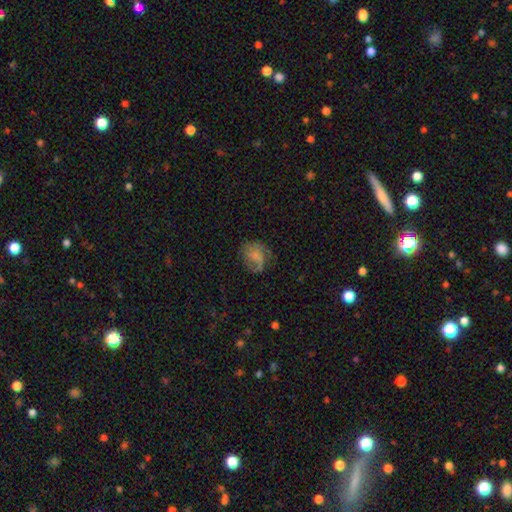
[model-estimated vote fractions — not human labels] Smooth or featured? Predicted: smooth (p=0.53). How rounded? Predicted: round (p=0.50). Merging? Predicted: none (p=0.48).